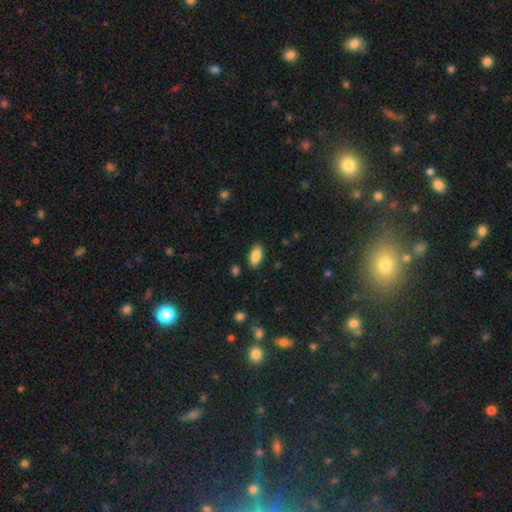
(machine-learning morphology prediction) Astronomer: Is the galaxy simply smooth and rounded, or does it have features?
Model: smooth — 89%.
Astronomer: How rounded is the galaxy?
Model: in between — 94%.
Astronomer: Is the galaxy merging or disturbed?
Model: none — 87%.